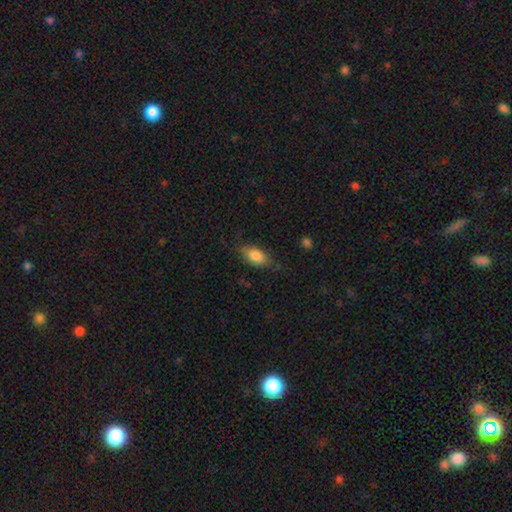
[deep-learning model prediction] Smooth or featured? smooth (82%)
How rounded? in between (88%)
Merging? none (70%)